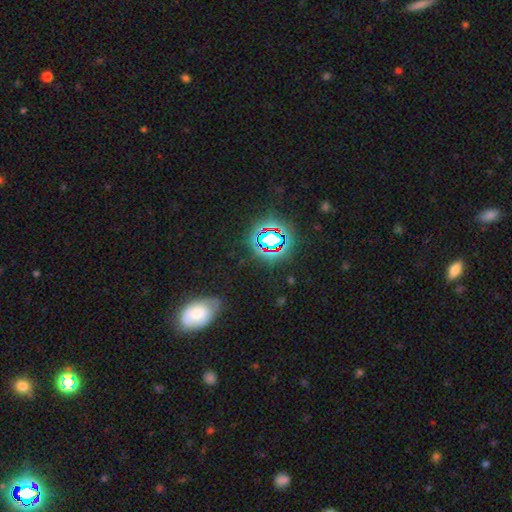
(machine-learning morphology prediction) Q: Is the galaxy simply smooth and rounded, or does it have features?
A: star or artifact — 59%.